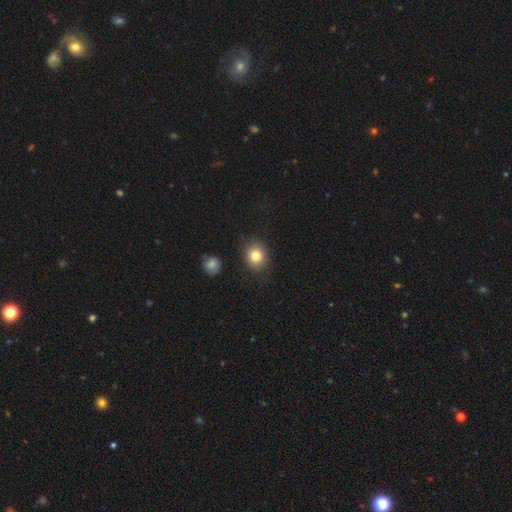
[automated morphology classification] A smooth galaxy with no disk features (81%) that is round (68%).

Vote fractions:
- Smooth or featured? smooth: 81% / star or artifact: 10% / featured or disk: 8%
- How rounded? round: 68% / in between: 31% / cigar-shaped: 1%
- Merging? none: 84% / minor disturbance: 10% / major disturbance: 3% / merger: 2%